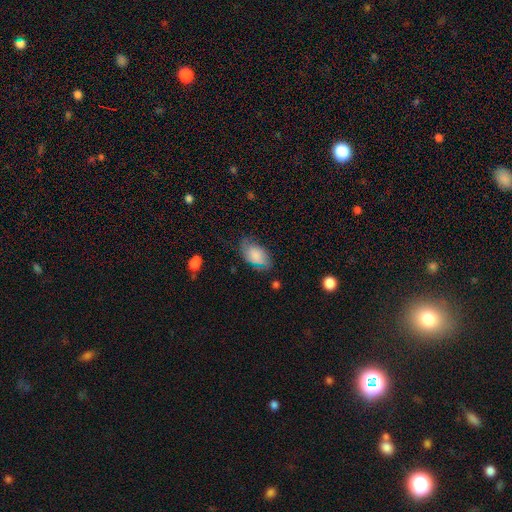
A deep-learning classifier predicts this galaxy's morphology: Smooth or featured: smooth — 72% (featured or disk — 20%)
How rounded: in between — 93% (round — 5%)
Merging: none — 62% (minor disturbance — 27%)